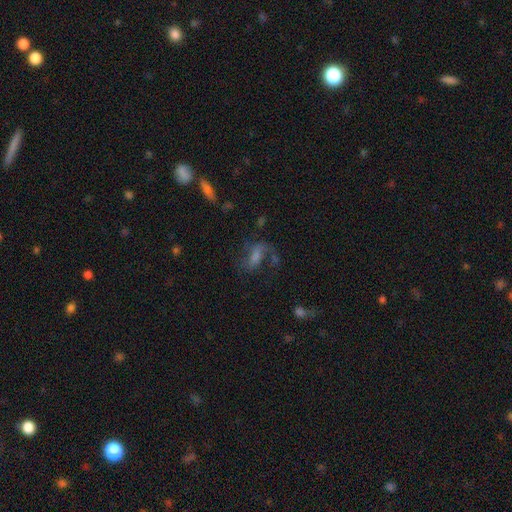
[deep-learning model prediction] Smooth or featured?
  - featured or disk: 56% *
  - smooth: 25%
  - star or artifact: 19%
Edge-on disk?
  - no: 92% *
  - yes: 8%
Bar?
  - weak: 44% *
  - no: 32%
  - strong: 25%
Spiral arms?
  - yes: 84% *
  - no: 16%
Bulge size?
  - moderate: 32% *
  - small: 29%
  - none: 24%
  - large: 12%
  - dominant: 2%
Merging?
  - none: 56% *
  - major disturbance: 22%
  - minor disturbance: 17%
  - merger: 6%